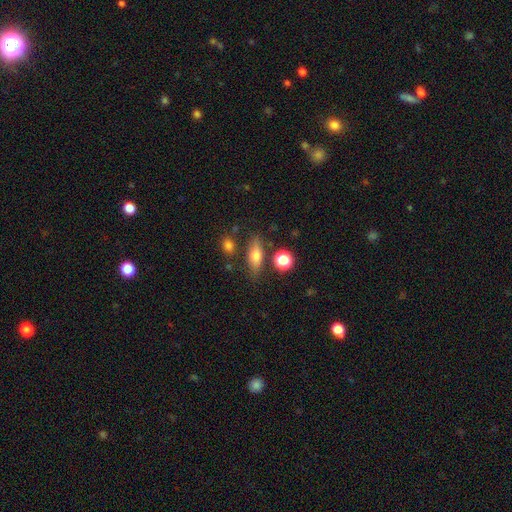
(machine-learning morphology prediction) A smooth galaxy with no disk features (64%) that is in between round and cigar-shaped (60%). Merging: none (76%).